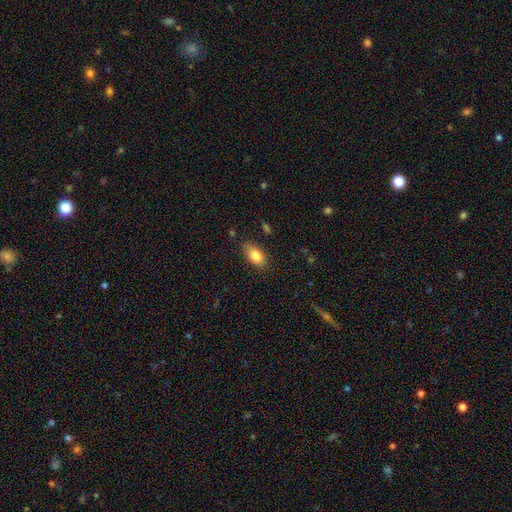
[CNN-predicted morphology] This is clearly a smooth galaxy (82%). How rounded: clearly in between (91%). Merging: clearly none (82%).